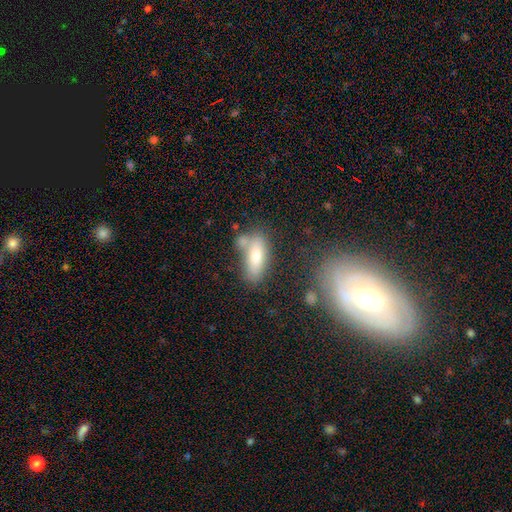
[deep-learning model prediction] This appears to be a smooth galaxy with no disk features (71%) that is in between round and cigar-shaped (70%). Merging: none (54%).